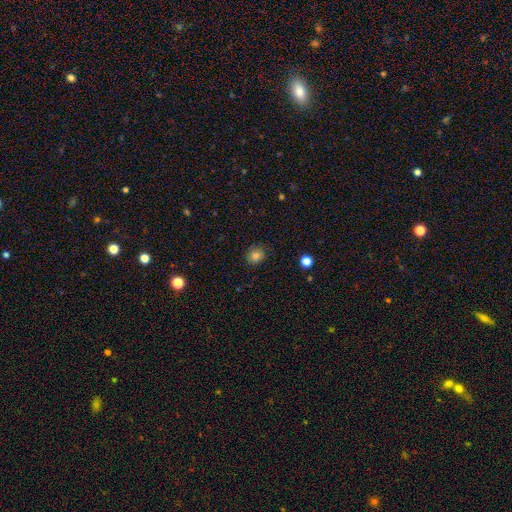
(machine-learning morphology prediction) This is clearly a smooth galaxy (80%). How rounded: likely round (71%). Merging: clearly none (83%).